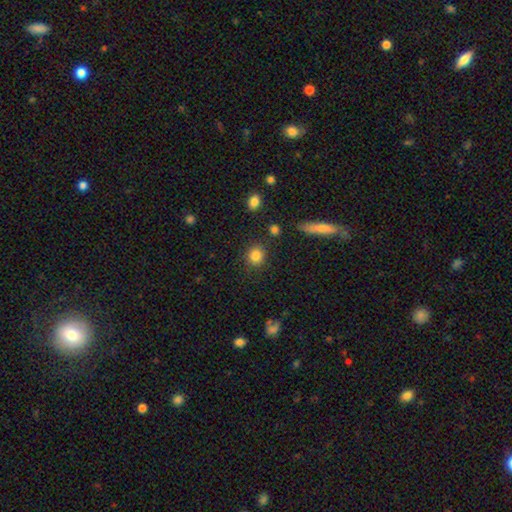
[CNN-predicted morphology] Smooth or featured: smooth — 84% (star or artifact — 10%)
How rounded: round — 85% (in between — 13%)
Merging: none — 86% (minor disturbance — 8%)